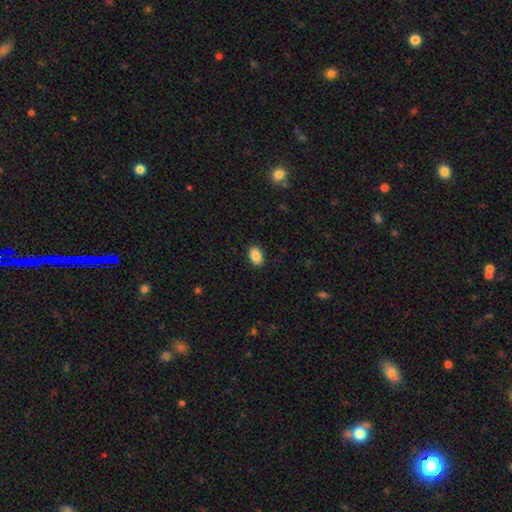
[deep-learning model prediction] Overall: smooth (88%). How rounded: in between (90%). Merging: none (89%).